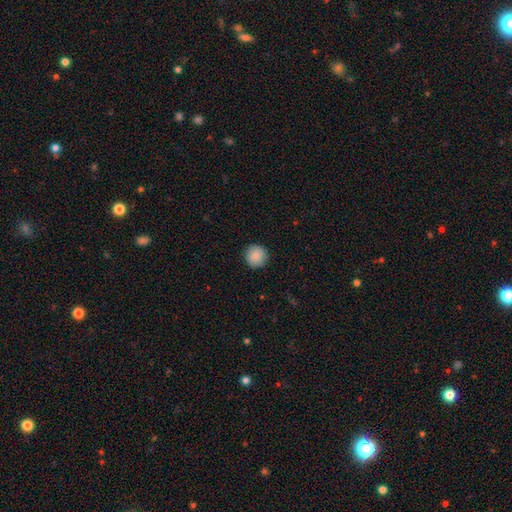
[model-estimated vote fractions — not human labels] Overall: smooth (90%). How rounded: round (95%). Merging: none (91%).